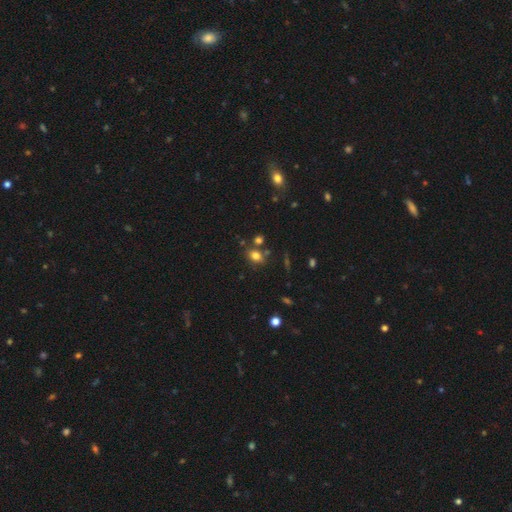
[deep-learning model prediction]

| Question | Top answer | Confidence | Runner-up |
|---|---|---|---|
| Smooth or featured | smooth | 76% | star or artifact (15%) |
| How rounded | in between | 54% | round (44%) |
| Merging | none | 69% | merger (14%) |